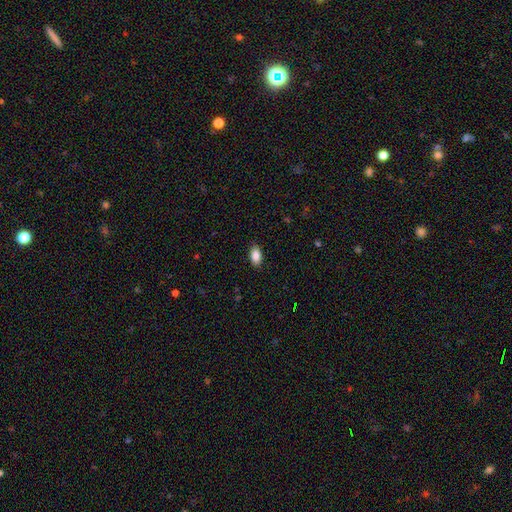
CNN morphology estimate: Smooth or featured: smooth — 88% (star or artifact — 7%)
How rounded: in between — 92% (round — 6%)
Merging: none — 88% (minor disturbance — 9%)